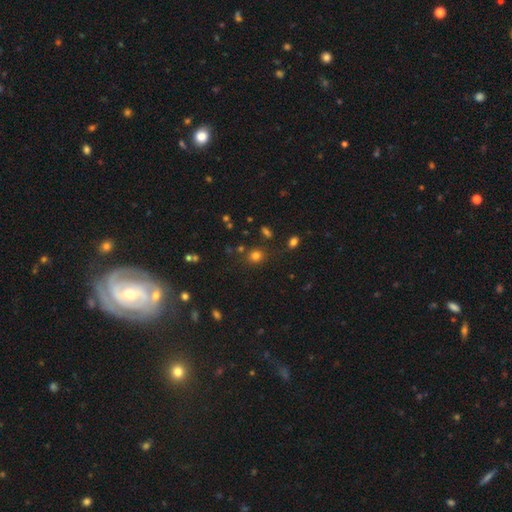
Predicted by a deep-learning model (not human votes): Morphology: type=smooth (76%); roundness=round (80%); merging=none (80%).